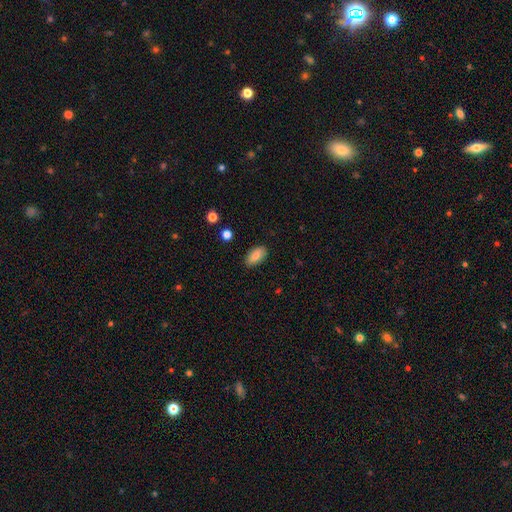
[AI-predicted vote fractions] Smooth or featured?
  - smooth: 82% *
  - featured or disk: 11%
  - star or artifact: 7%
How rounded?
  - in between: 91% *
  - cigar-shaped: 6%
  - round: 4%
Merging?
  - none: 87% *
  - minor disturbance: 10%
  - major disturbance: 2%
  - merger: 1%